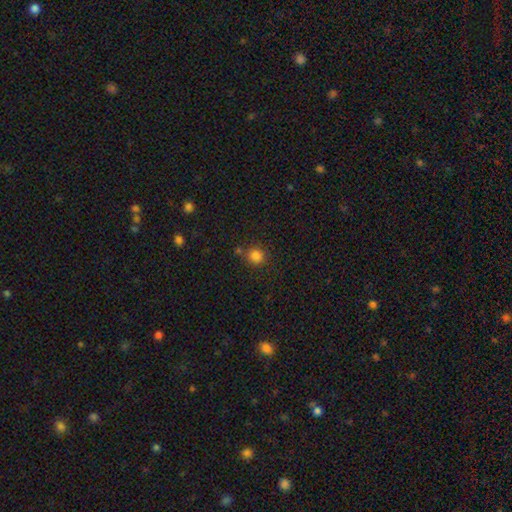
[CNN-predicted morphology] Smooth or featured? Predicted: smooth (p=0.82). How rounded? Predicted: round (p=0.84). Merging? Predicted: none (p=0.75).